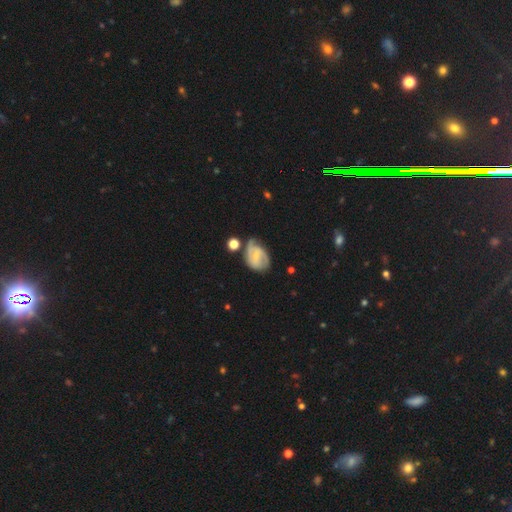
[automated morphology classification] smooth-or-featured: featured or disk: 72% | smooth: 21% | star or artifact: 6%
  disk-edge-on: no: 97% | yes: 3%
    bar: weak: 47% | no: 41% | strong: 13%
    has-spiral-arms: yes: 90% | no: 10%
      spiral-winding: medium: 42% (tied) | tight: 42% (tied) | loose: 16%
      spiral-arm-count: 2: 56% | can't tell: 20% | 3: 12% | 1: 7% | 4: 2% | more than 4: 2%
    bulge-size: small: 68% | moderate: 21% | none: 9% | large: 1% | dominant: 1%
  merging: none: 48% | minor disturbance: 29% | major disturbance: 14% | merger: 9%